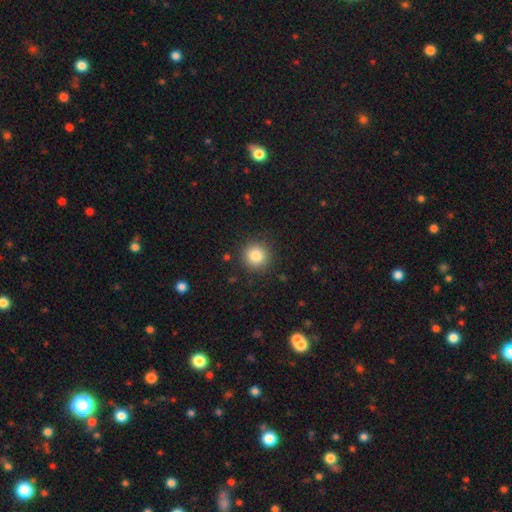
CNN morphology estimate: The model was most divided on "smooth or featured": smooth: 83%, star or artifact: 11%, featured or disk: 6%. More confident: how rounded — round (94%); merging — none (89%).